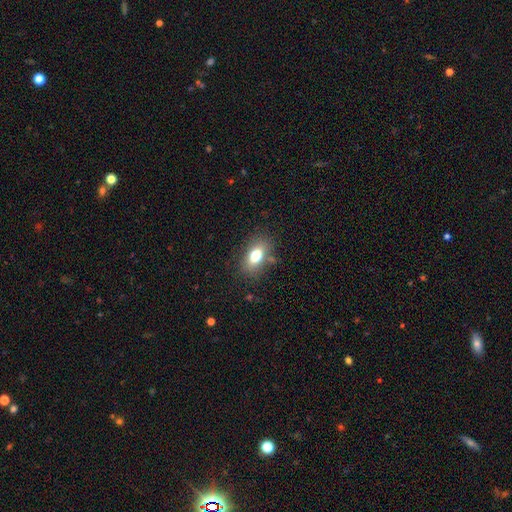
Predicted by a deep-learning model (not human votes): smooth 74%, featured or disk 16%, star or artifact 11%. Down the decision tree: how rounded — in between (82%); merging — none (78%).